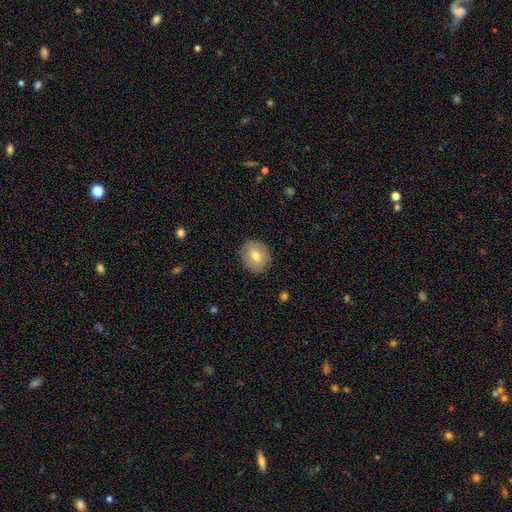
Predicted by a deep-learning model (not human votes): A smooth galaxy with no disk features (74%) that is round (71%).

Vote fractions:
- Smooth or featured? smooth: 74% / featured or disk: 19% / star or artifact: 8%
- How rounded? round: 71% / in between: 28% / cigar-shaped: 1%
- Merging? none: 89% / minor disturbance: 8% / major disturbance: 2% / merger: 1%